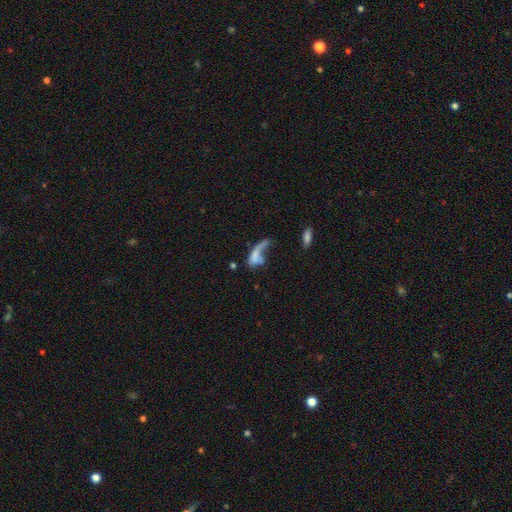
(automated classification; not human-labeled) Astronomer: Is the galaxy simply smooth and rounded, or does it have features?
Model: smooth — 50% (runner-up: featured or disk, 38%).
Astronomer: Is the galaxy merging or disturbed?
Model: major disturbance — 42% (runner-up: merger, 26%).